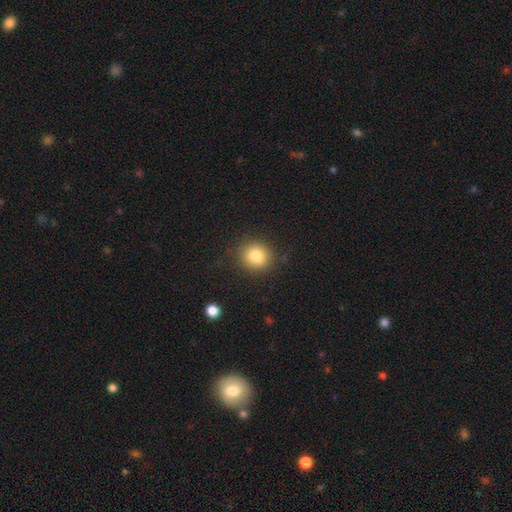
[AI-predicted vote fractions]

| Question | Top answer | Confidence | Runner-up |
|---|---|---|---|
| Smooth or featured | smooth | 81% | star or artifact (11%) |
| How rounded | round | 83% | in between (16%) |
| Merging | none | 87% | minor disturbance (9%) |